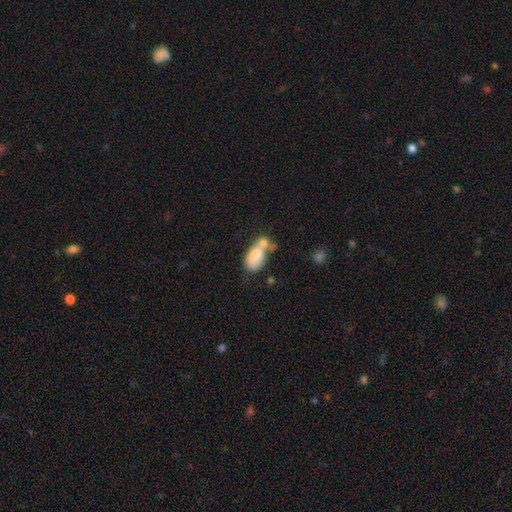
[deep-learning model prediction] Smooth or featured?
  - smooth: 79% *
  - featured or disk: 13%
  - star or artifact: 8%
How rounded?
  - in between: 88% *
  - round: 10%
  - cigar-shaped: 2%
Merging?
  - merger: 49% *
  - none: 26%
  - minor disturbance: 15%
  - major disturbance: 10%